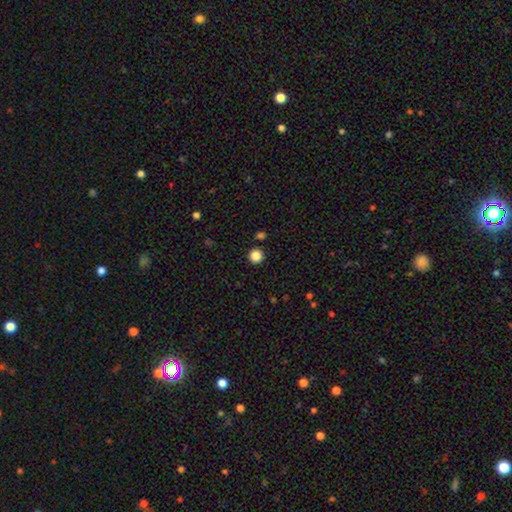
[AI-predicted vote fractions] smooth-or-featured: smooth: 86% | star or artifact: 11% | featured or disk: 3%
  how-rounded: round: 96% | in between: 3% | cigar-shaped: 1%
  merging: none: 91% | minor disturbance: 5% | merger: 2% | major disturbance: 2%